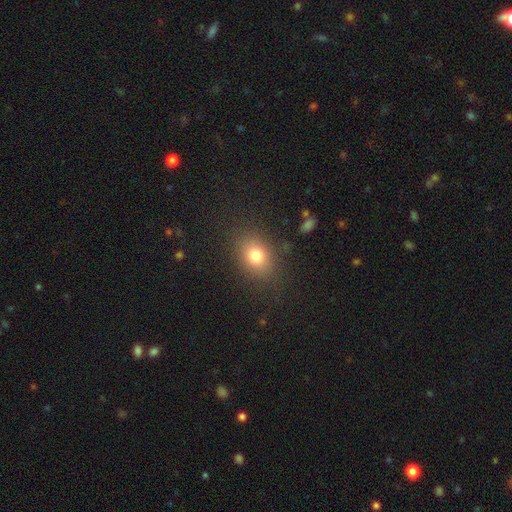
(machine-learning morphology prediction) type=smooth (78%); roundness=in between (67%); merging=none (82%).